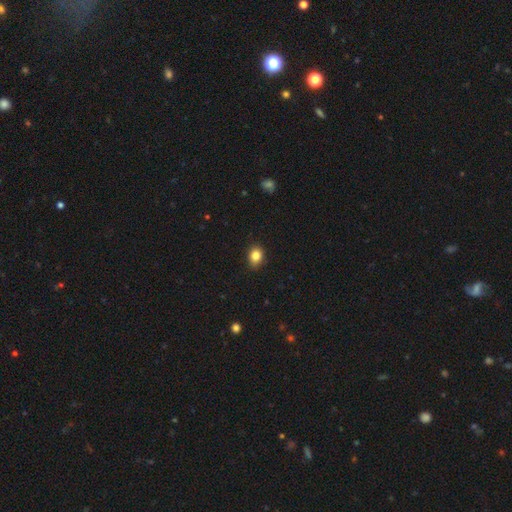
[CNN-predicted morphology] smooth-or-featured: smooth: 84% | star or artifact: 10% | featured or disk: 6%
  how-rounded: in between: 55% | round: 44% | cigar-shaped: 1%
  merging: none: 87% | minor disturbance: 10% | major disturbance: 2% | merger: 1%